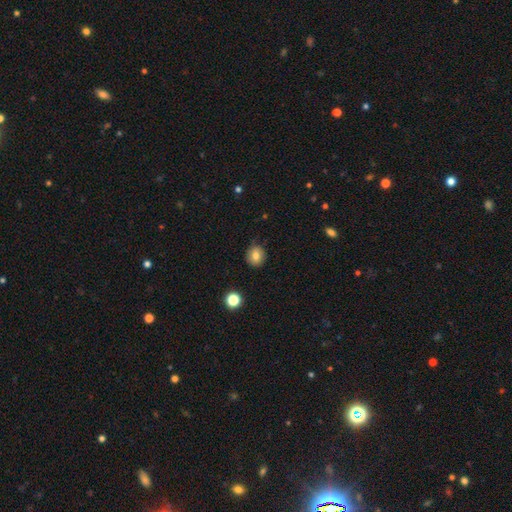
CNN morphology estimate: Smooth or featured? smooth (79%)
How rounded? round (88%)
Merging? none (83%)